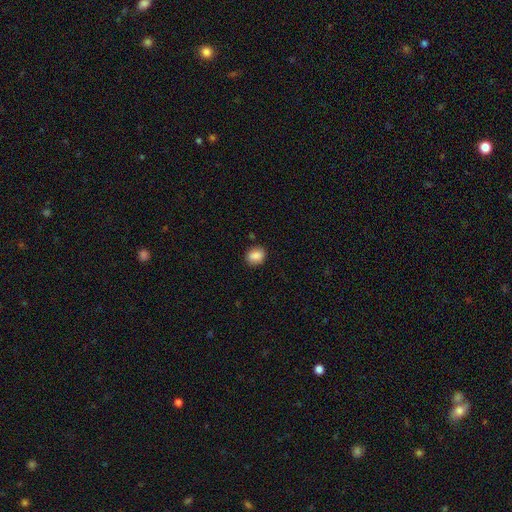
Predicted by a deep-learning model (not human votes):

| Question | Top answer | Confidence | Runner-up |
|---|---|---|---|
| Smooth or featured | smooth | 87% | star or artifact (8%) |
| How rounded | round | 50% | in between (49%) |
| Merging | none | 84% | minor disturbance (11%) |